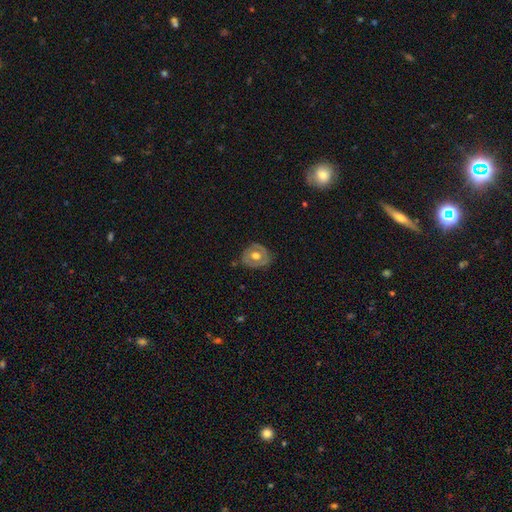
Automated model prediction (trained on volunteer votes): Overall: featured or disk (55%; smooth 39%). Edge-on disk: no (94%). Bar: no (81%). Spiral arms: no (74%). Bulge size: moderate (63%; large 30%). Merging: none (76%).